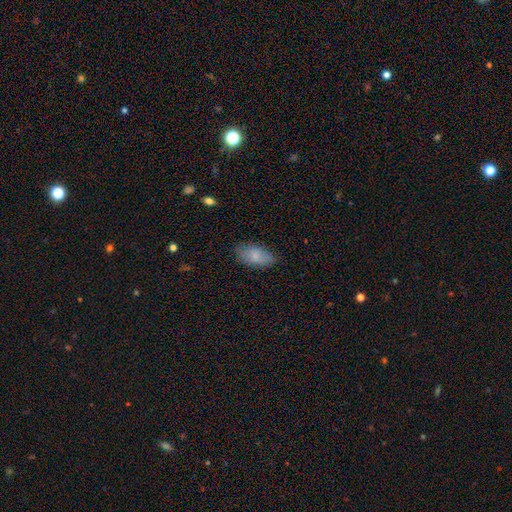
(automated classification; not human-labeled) Q: Smooth or featured?
A: smooth (81%); runner-up: featured or disk (13%)
Q: How rounded?
A: in between (93%); runner-up: cigar-shaped (5%)
Q: Merging?
A: none (80%); runner-up: minor disturbance (16%)